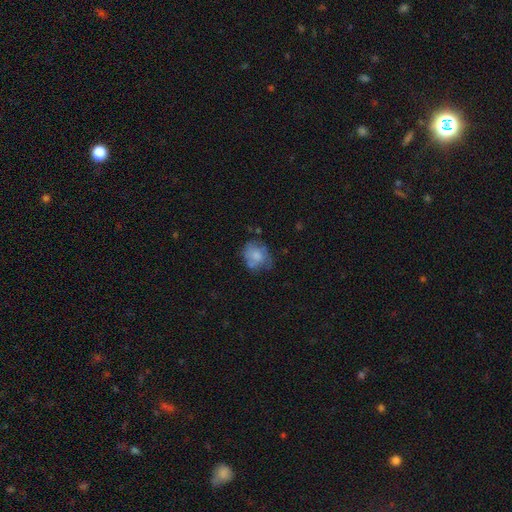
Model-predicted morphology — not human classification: The model was most divided on "how rounded": round: 57%, in between: 42%, cigar-shaped: 1%. Remaining: smooth or featured — smooth (64%); merging — none (49%).